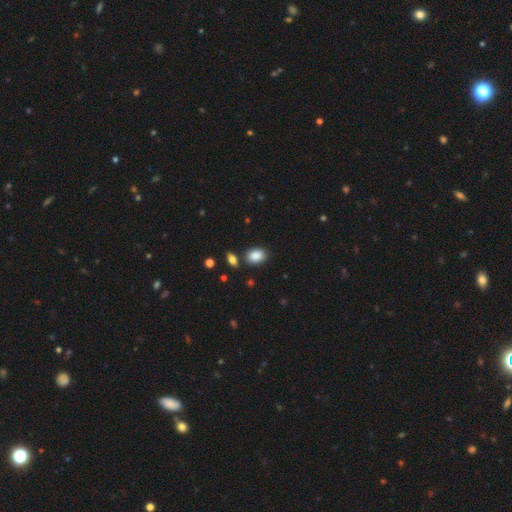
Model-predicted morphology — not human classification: Q: Smooth or featured?
A: smooth (88%); runner-up: star or artifact (8%)
Q: How rounded?
A: in between (78%); runner-up: round (21%)
Q: Merging?
A: none (79%); runner-up: minor disturbance (12%)